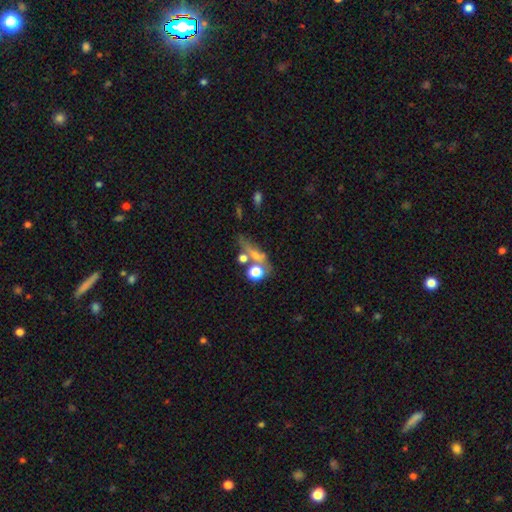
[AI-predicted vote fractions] smooth_or_featured: smooth (p=0.50) [alt: featured or disk p=0.30]
merging: none (p=0.40) [alt: merger p=0.33]